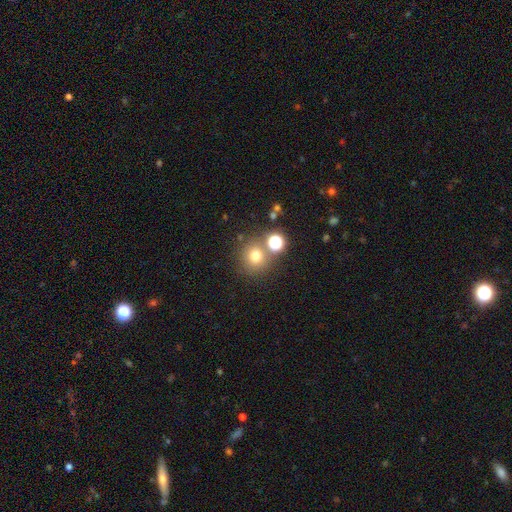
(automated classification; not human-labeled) A smooth galaxy with no disk features (72%) that is round (90%).

Vote fractions:
- Smooth or featured? smooth: 72% / star or artifact: 19% / featured or disk: 9%
- How rounded? round: 90% / in between: 9% / cigar-shaped: 1%
- Merging? none: 72% / merger: 16% / minor disturbance: 8% / major disturbance: 4%